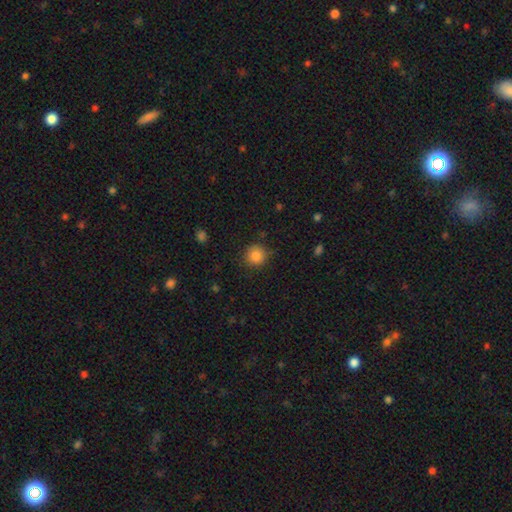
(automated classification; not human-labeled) This is clearly a smooth galaxy (85%). How rounded: clearly round (92%). Merging: clearly none (85%).